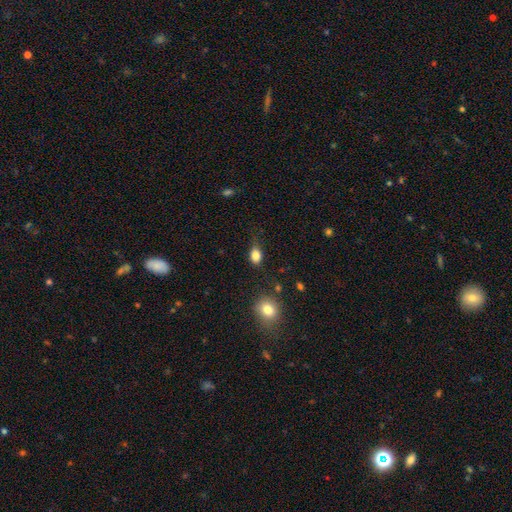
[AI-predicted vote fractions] smooth-or-featured: smooth: 84% | star or artifact: 10% | featured or disk: 6%
  how-rounded: in between: 72% | round: 26% | cigar-shaped: 2%
  merging: none: 61% | minor disturbance: 27% | major disturbance: 9% | merger: 3%